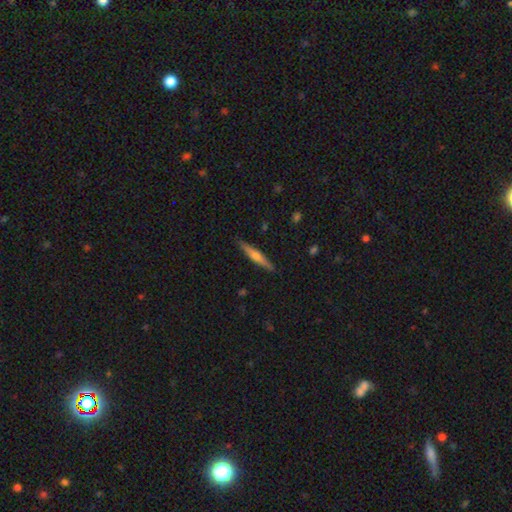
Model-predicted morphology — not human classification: This appears to be a featured or disk galaxy (55%) viewed edge-on (97%) with a rounded central bulge (81%). Merging: none (89%).